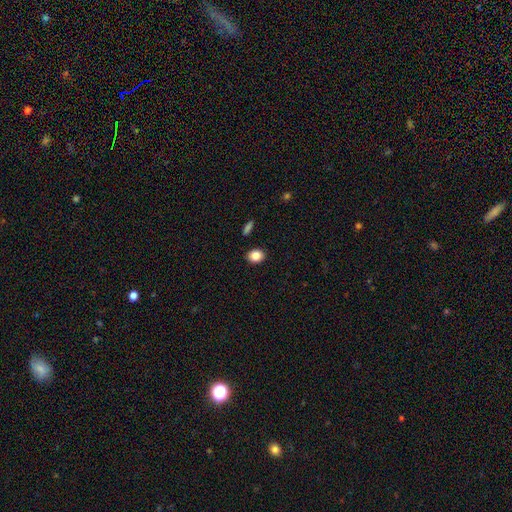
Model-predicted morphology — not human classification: Smooth or featured? smooth (85%)
How rounded? round (52%)
Merging? none (89%)